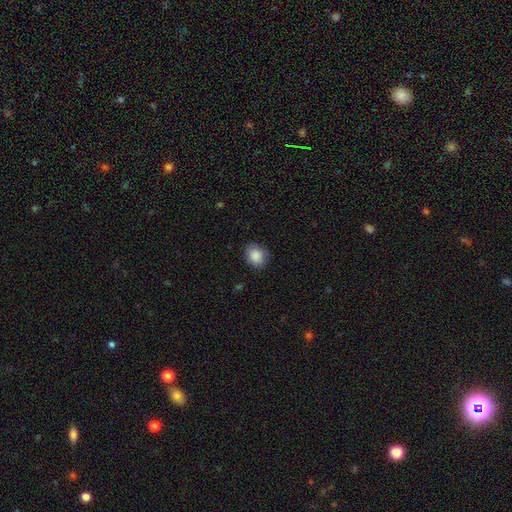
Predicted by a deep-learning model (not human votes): Overall: smooth (88%). How rounded: round (50%; in between 49%). Merging: none (81%).